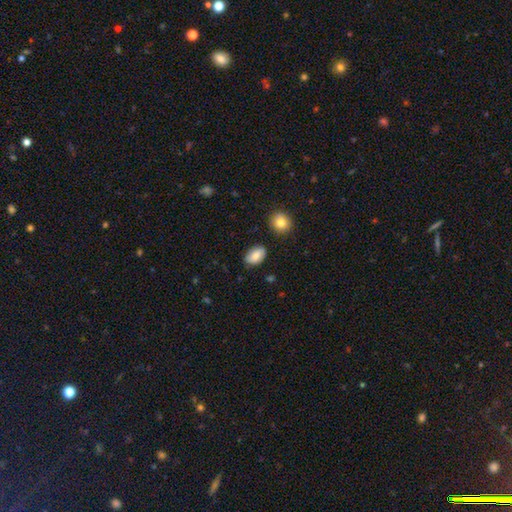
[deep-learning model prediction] Q: Smooth or featured?
A: smooth (82%); runner-up: featured or disk (11%)
Q: How rounded?
A: in between (89%); runner-up: round (9%)
Q: Merging?
A: none (82%); runner-up: minor disturbance (13%)